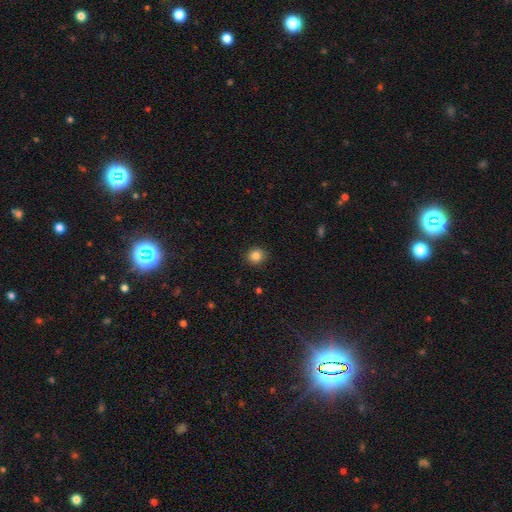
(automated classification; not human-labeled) Smooth or featured? Predicted: smooth (p=0.84). How rounded? Predicted: round (p=0.78). Merging? Predicted: none (p=0.89).